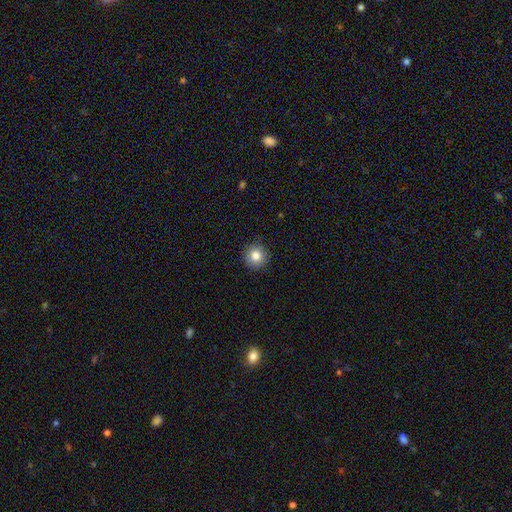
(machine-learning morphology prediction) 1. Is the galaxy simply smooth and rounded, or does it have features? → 83% smooth, 10% star or artifact, 7% featured or disk.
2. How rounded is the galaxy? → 94% round, 5% in between, 1% cigar-shaped.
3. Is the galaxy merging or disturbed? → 90% none, 7% minor disturbance, 2% major disturbance, 1% merger.